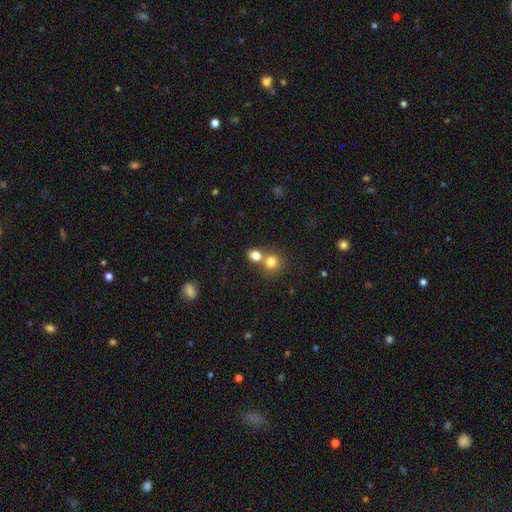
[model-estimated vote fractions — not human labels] The model was most divided on "merging" (2-way tie): none: 45%, merger: 45%, minor disturbance: 7%, major disturbance: 3%. More confident: smooth or featured — smooth (80%); how rounded — round (70%).